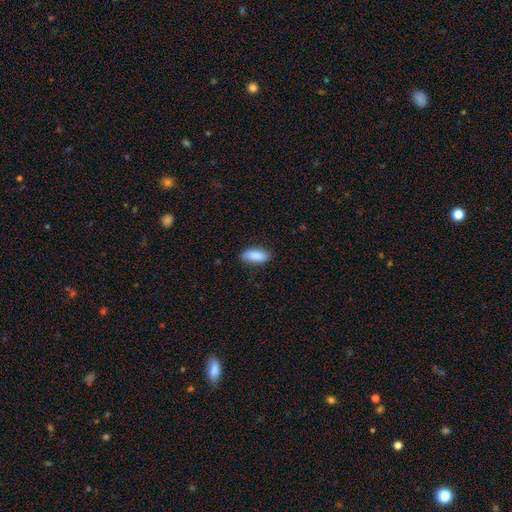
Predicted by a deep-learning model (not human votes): This is clearly a smooth galaxy (87%). How rounded: clearly in between (81%). Merging: clearly none (85%).